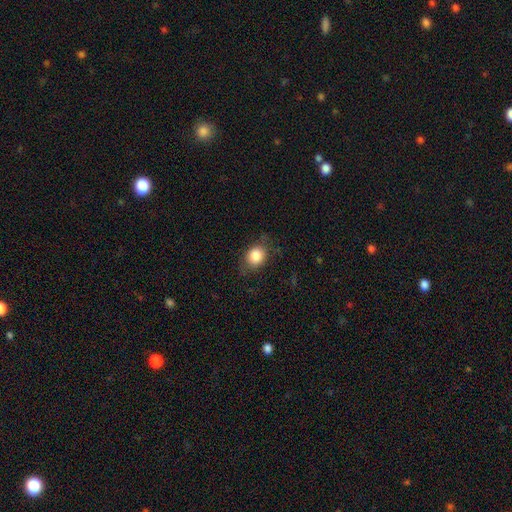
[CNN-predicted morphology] Q: Smooth or featured?
A: smooth (83%); runner-up: star or artifact (9%)
Q: How rounded?
A: round (55%); runner-up: in between (44%)
Q: Merging?
A: none (74%); runner-up: minor disturbance (19%)